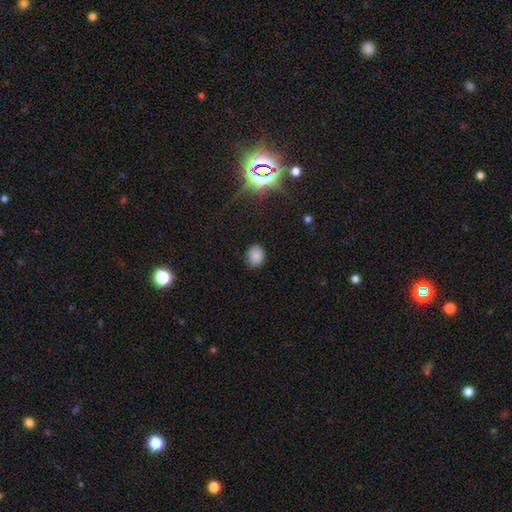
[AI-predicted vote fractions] This is clearly a smooth galaxy (84%). How rounded: possibly round (52%). Merging: likely none (80%).